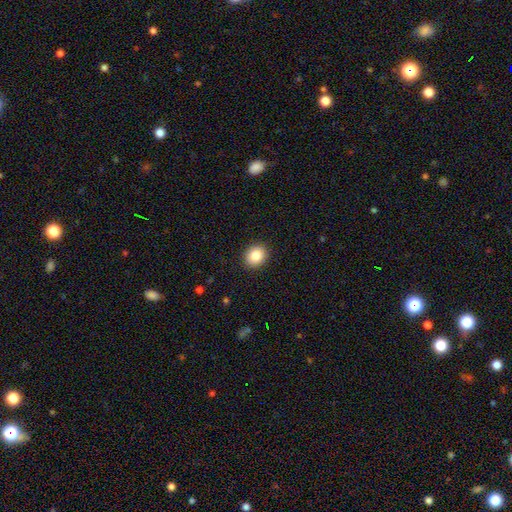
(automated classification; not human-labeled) Morphology: type=smooth (85%); roundness=round (59%); merging=none (91%).